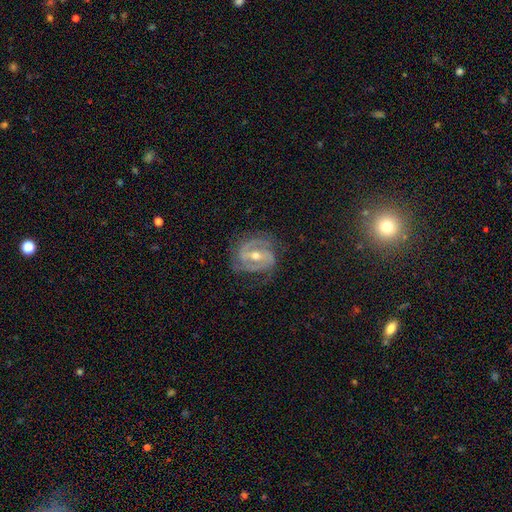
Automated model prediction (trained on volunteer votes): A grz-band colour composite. It shows a featured or disk galaxy (87%) with a strong bar (45%), 2 (69%) tight (49%) spiral arms (95%) and a moderate central bulge (66%). Merging: none (73%).